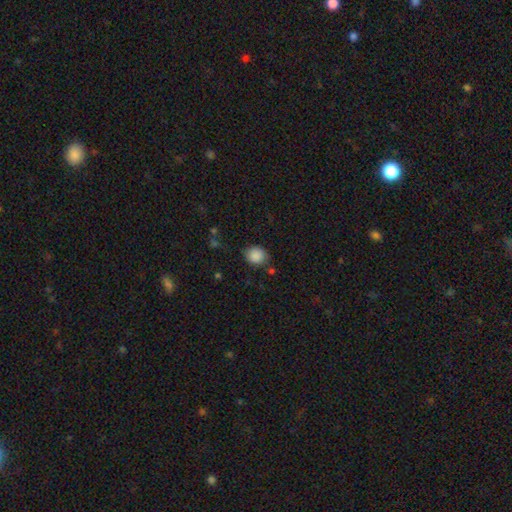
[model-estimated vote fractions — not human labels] This is clearly a smooth galaxy (87%). How rounded: likely round (70%). Merging: likely none (74%).